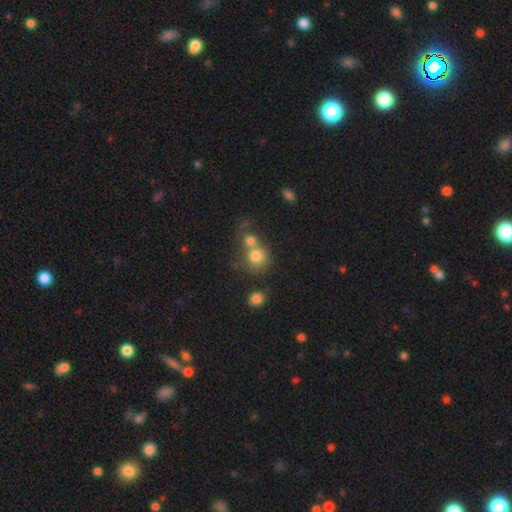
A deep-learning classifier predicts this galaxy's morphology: Smooth or featured: smooth — 77% (star or artifact — 13%)
How rounded: round — 84% (in between — 15%)
Merging: merger — 45% (none — 43%)